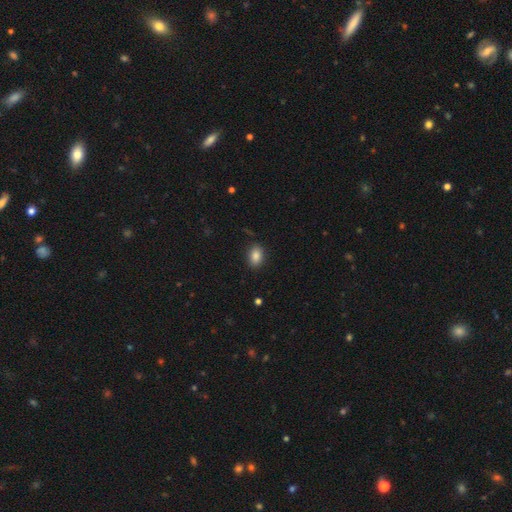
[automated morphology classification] Smooth or featured?
  - smooth: 86% *
  - star or artifact: 9%
  - featured or disk: 5%
How rounded?
  - in between: 81% *
  - round: 18%
  - cigar-shaped: 1%
Merging?
  - none: 86% *
  - minor disturbance: 10%
  - major disturbance: 3%
  - merger: 1%